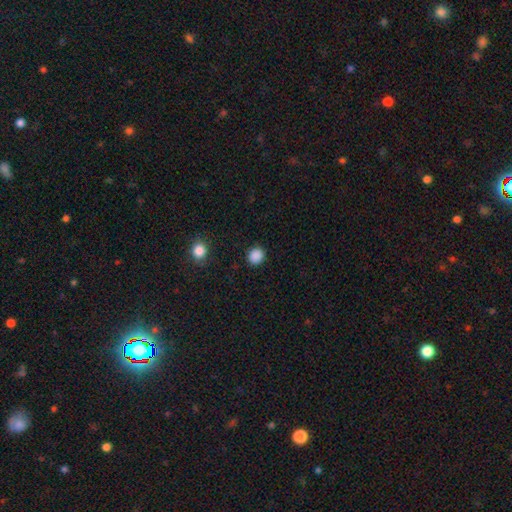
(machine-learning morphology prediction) smooth-or-featured: smooth: 88% | star or artifact: 10% | featured or disk: 2%
  how-rounded: round: 82% | in between: 17% | cigar-shaped: 1%
  merging: none: 90% | minor disturbance: 7% | major disturbance: 2% | merger: 1%